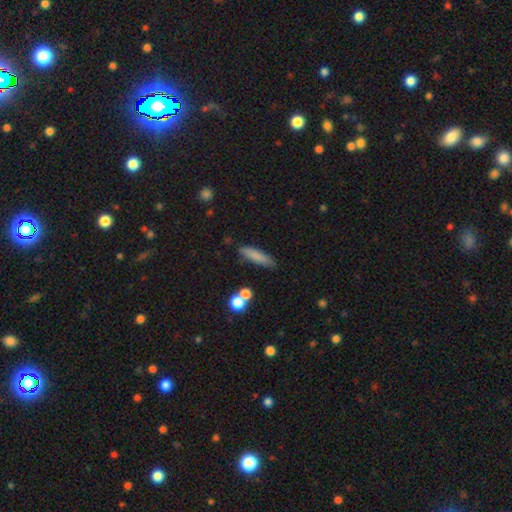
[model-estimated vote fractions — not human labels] Overall: smooth (78%). How rounded: cigar-shaped (76%). Merging: none (79%).